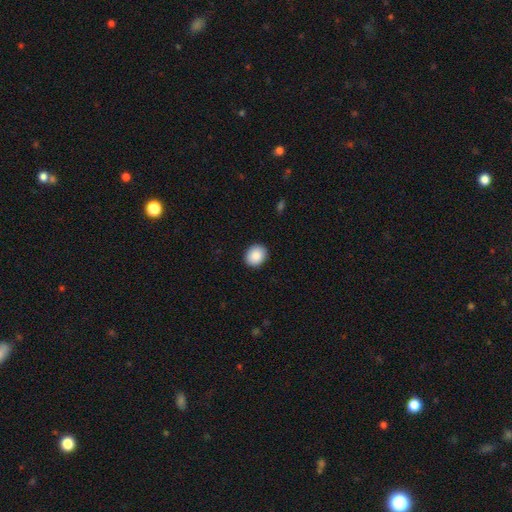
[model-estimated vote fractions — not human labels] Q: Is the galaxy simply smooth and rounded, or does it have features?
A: smooth — 89%.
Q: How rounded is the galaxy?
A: round — 71%.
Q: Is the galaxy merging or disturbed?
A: none — 91%.